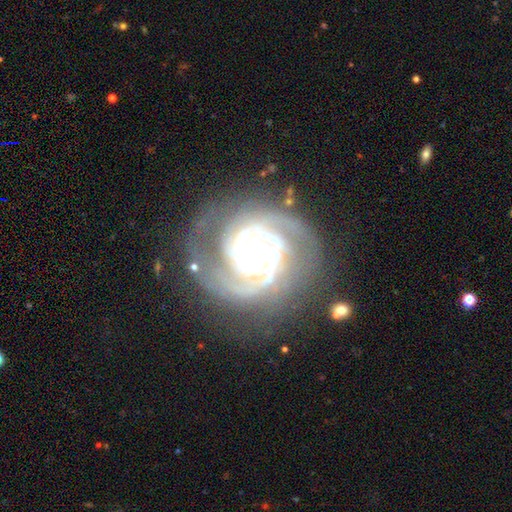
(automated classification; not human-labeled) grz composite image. It shows a featured or disk galaxy (91%) with no bar (53%), 2 (42%) tight (65%) spiral arms (98%) and a moderate central bulge (53%). Merging: none (69%).